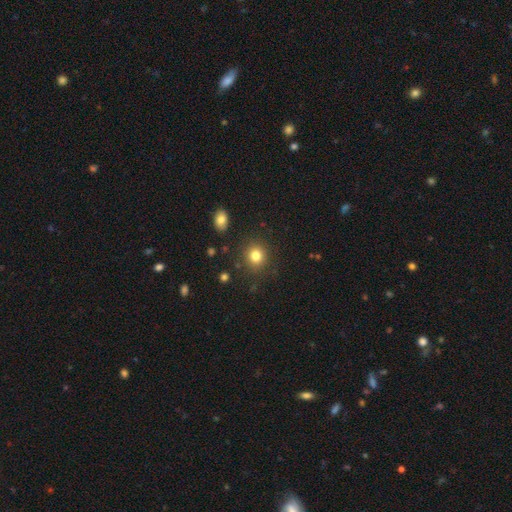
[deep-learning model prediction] Q: Smooth or featured?
A: smooth (81%); runner-up: star or artifact (12%)
Q: How rounded?
A: round (86%); runner-up: in between (14%)
Q: Merging?
A: none (87%); runner-up: minor disturbance (8%)